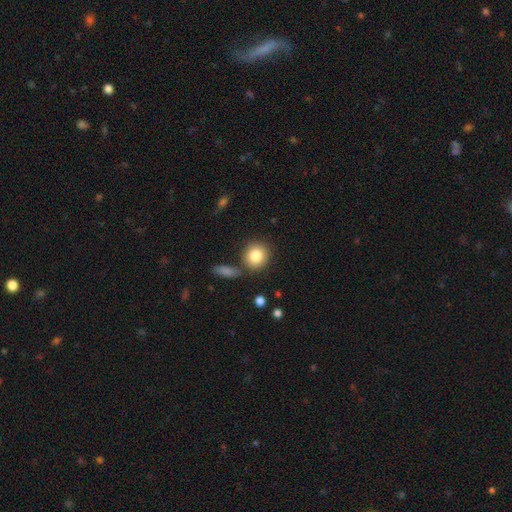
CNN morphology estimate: type=smooth (83%); roundness=round (83%); merging=none (77%).